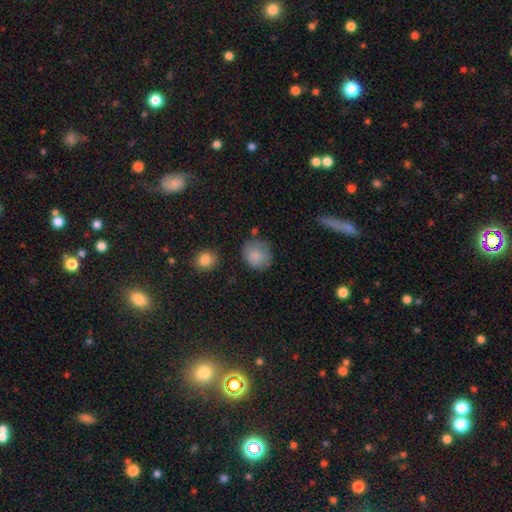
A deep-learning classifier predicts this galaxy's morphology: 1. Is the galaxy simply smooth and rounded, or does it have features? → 84% smooth, 8% featured or disk, 8% star or artifact.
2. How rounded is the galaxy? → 74% round, 25% in between, 1% cigar-shaped.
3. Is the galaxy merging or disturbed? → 65% none, 24% minor disturbance, 8% major disturbance, 4% merger.